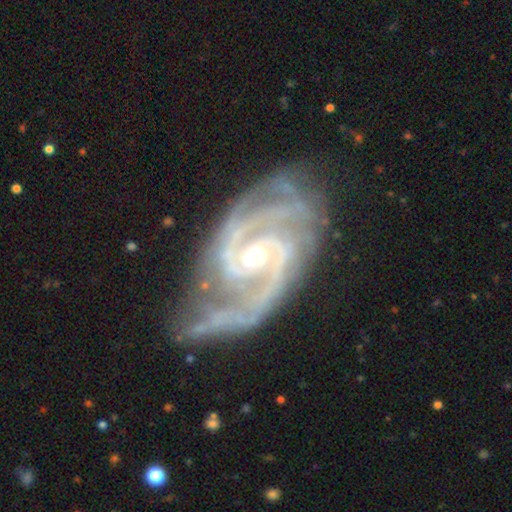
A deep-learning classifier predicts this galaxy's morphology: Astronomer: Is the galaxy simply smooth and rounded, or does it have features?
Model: featured or disk — 93%.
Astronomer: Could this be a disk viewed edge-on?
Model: no — 97%.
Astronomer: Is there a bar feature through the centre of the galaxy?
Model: weak — 45% (runner-up: no, 34%).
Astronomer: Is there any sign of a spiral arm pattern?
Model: yes — 98%.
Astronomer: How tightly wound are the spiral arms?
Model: tight — 50% (runner-up: medium, 43%).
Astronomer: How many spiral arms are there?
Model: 2 — 52%.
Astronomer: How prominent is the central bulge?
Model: small — 53% (runner-up: moderate, 43%).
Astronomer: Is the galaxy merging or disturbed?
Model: none — 67%.